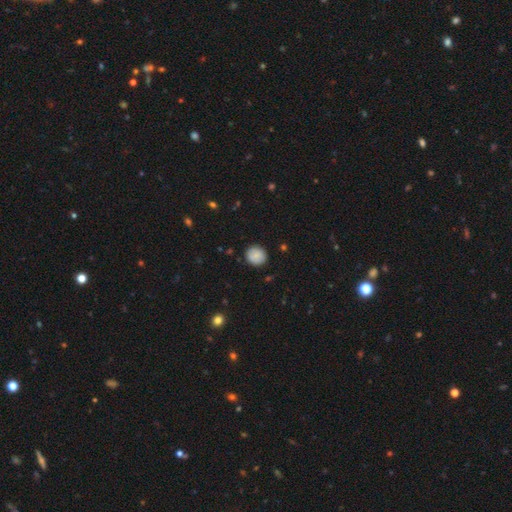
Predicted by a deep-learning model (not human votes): This is clearly a smooth galaxy (85%). How rounded: clearly round (88%). Merging: clearly none (87%).